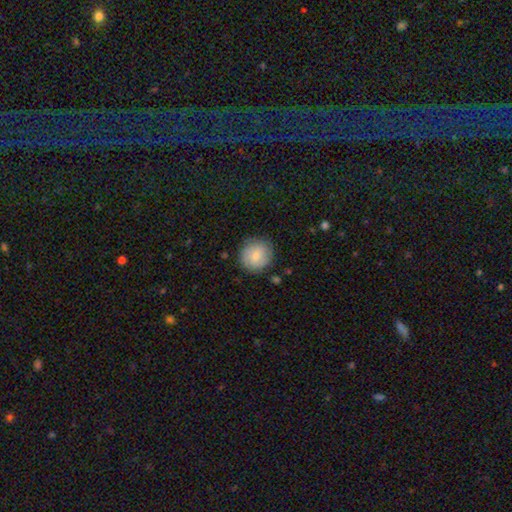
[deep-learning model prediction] The model was most divided on "smooth or featured": smooth: 79%, featured or disk: 14%, star or artifact: 7%. More confident: how rounded — round (90%); merging — none (84%).